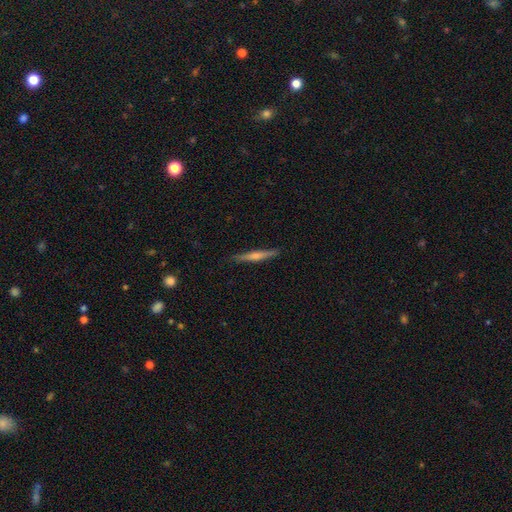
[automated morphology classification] This is likely a featured or disk galaxy (66%). It is clearly viewed edge-on (97%). Edge-on bulge: likely rounded (75%). Merging: clearly none (90%).